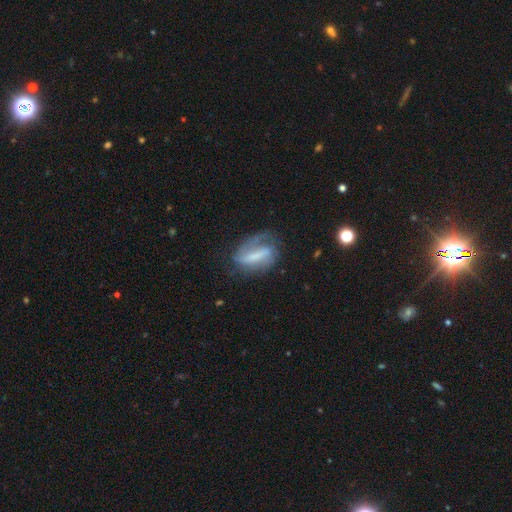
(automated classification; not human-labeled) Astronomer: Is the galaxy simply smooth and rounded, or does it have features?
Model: featured or disk — 64%.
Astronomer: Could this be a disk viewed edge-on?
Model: no — 89%.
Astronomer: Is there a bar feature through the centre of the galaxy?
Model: strong — 60%.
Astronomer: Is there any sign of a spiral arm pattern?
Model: yes — 77%.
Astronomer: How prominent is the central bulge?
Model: none — 38% (runner-up: small, 30%).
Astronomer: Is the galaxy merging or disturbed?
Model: none — 53%.